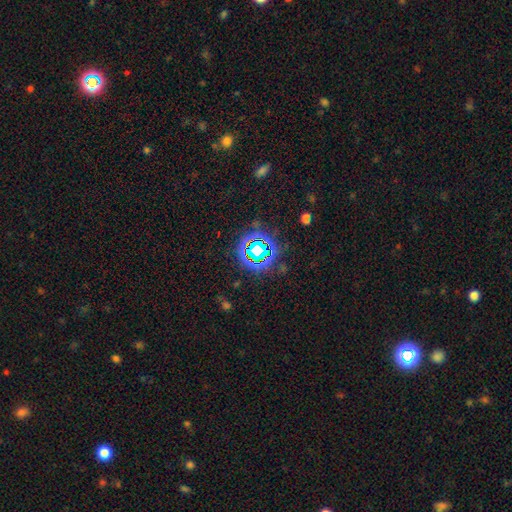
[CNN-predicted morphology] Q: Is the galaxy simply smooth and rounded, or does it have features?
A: star or artifact — 74%.